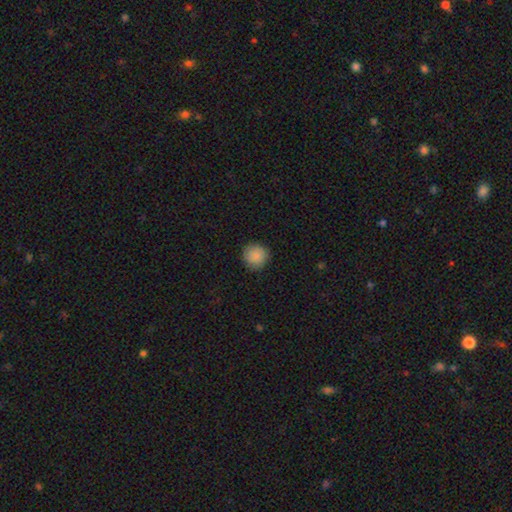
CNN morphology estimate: Smooth or featured?
  - smooth: 88% *
  - star or artifact: 8%
  - featured or disk: 4%
How rounded?
  - round: 94% *
  - in between: 5%
  - cigar-shaped: 1%
Merging?
  - none: 88% *
  - minor disturbance: 9%
  - major disturbance: 2%
  - merger: 1%